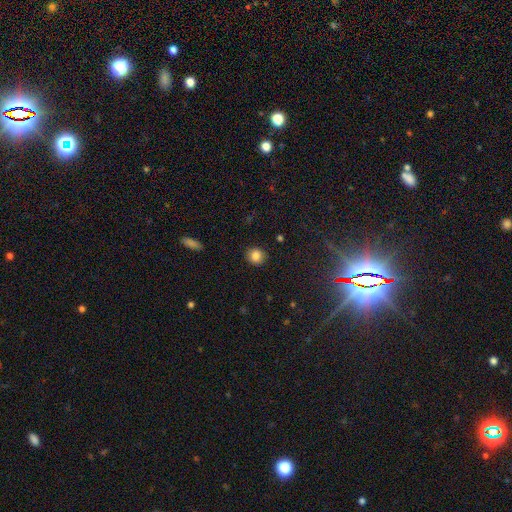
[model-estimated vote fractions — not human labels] Q: Smooth or featured?
A: smooth (85%); runner-up: star or artifact (10%)
Q: How rounded?
A: round (88%); runner-up: in between (11%)
Q: Merging?
A: none (90%); runner-up: minor disturbance (7%)